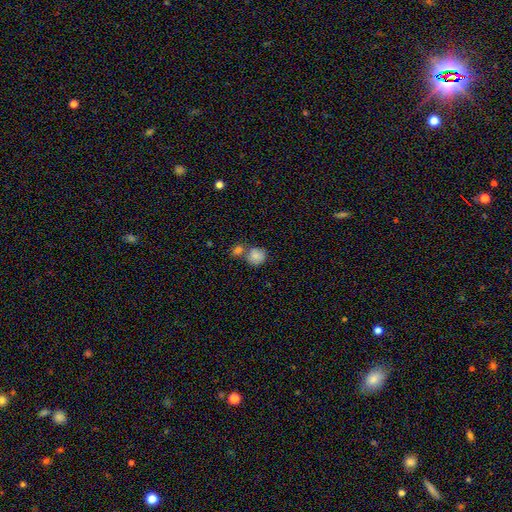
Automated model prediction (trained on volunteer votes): Smooth or featured?
  - smooth: 83% *
  - featured or disk: 9%
  - star or artifact: 9%
How rounded?
  - round: 78% *
  - in between: 20%
  - cigar-shaped: 1%
Merging?
  - none: 42% * (tied)
  - merger: 42% * (tied)
  - minor disturbance: 12%
  - major disturbance: 4%